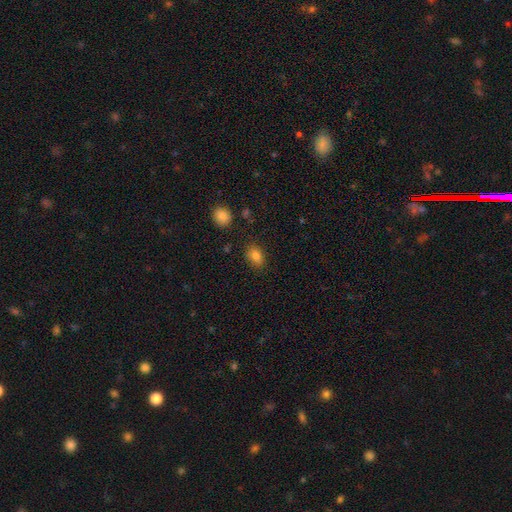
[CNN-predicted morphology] smooth 82%, star or artifact 10%, featured or disk 7%. Down the decision tree: how rounded — in between (76%); merging — none (82%).